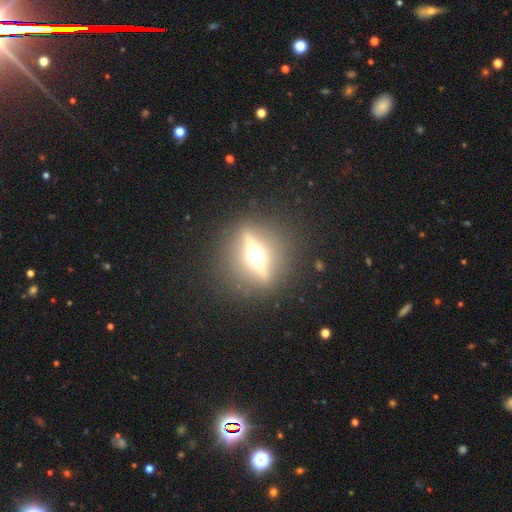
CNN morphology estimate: This is likely a featured or disk galaxy (77%). It is clearly viewed edge-on (88%). Edge-on bulge: clearly rounded (96%). Merging: clearly none (87%).